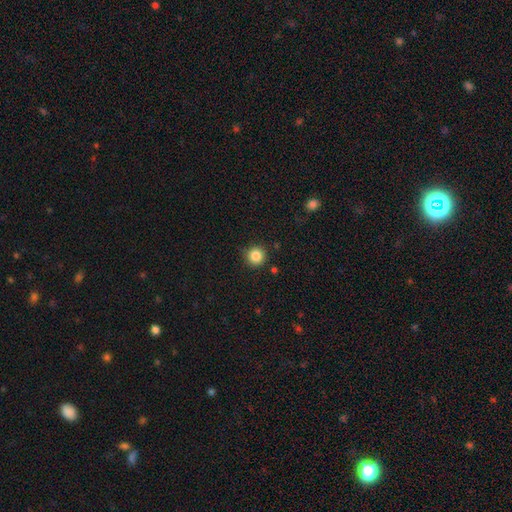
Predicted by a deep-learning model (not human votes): Smooth or featured? smooth (85%)
How rounded? round (95%)
Merging? none (88%)